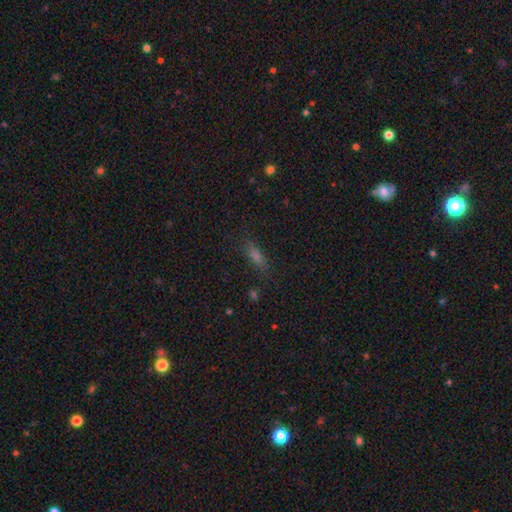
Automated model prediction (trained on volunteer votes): A smooth galaxy with no disk features (54%) that is cigar-shaped (60%).

Vote fractions:
- Smooth or featured? smooth: 54% / featured or disk: 23% / star or artifact: 23%
- How rounded? cigar-shaped: 60% / in between: 35% / round: 5%
- Merging? none: 83% / minor disturbance: 12% / major disturbance: 4% / merger: 2%